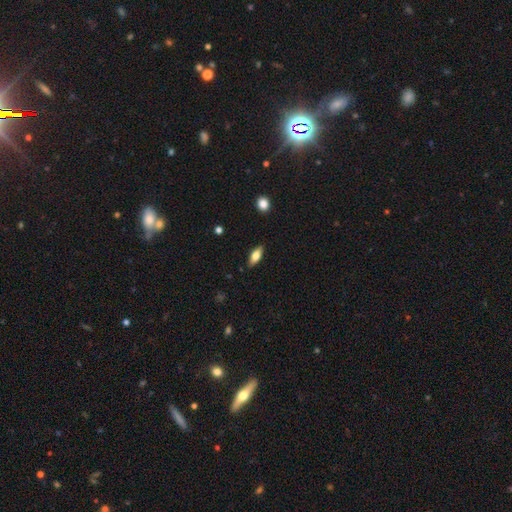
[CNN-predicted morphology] Smooth or featured?
  - smooth: 67% *
  - featured or disk: 26%
  - star or artifact: 7%
How rounded?
  - in between: 76% *
  - cigar-shaped: 21%
  - round: 3%
Merging?
  - none: 86% *
  - minor disturbance: 11%
  - major disturbance: 2%
  - merger: 1%